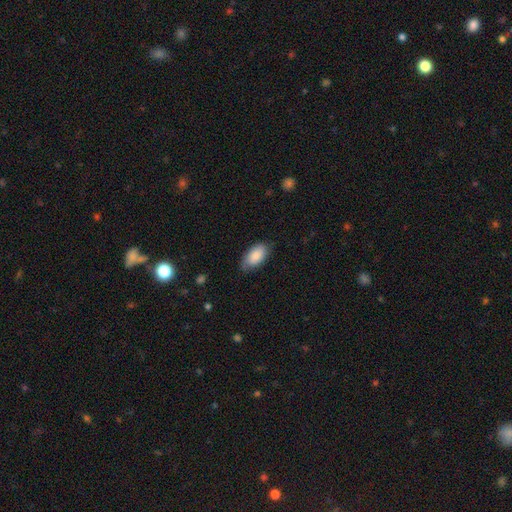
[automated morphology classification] smooth-or-featured: smooth: 86% | featured or disk: 8% | star or artifact: 6%
  how-rounded: in between: 95% | round: 3% | cigar-shaped: 3%
  merging: none: 72% | minor disturbance: 23% | major disturbance: 4% | merger: 1%